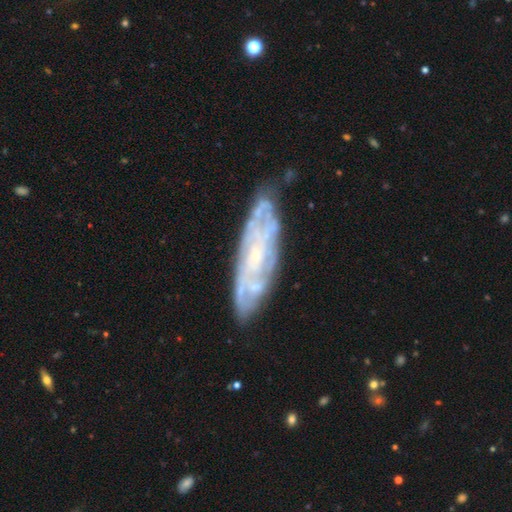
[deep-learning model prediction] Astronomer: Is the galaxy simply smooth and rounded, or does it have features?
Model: featured or disk — 79%.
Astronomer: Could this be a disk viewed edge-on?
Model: no — 77%.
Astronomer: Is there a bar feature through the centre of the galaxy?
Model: no — 69%.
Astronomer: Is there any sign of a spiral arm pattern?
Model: yes — 84%.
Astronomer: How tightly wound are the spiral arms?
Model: tight — 66%.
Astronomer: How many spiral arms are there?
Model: can't tell — 59%.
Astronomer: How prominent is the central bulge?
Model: small — 74%.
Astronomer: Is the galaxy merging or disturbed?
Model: none — 77%.